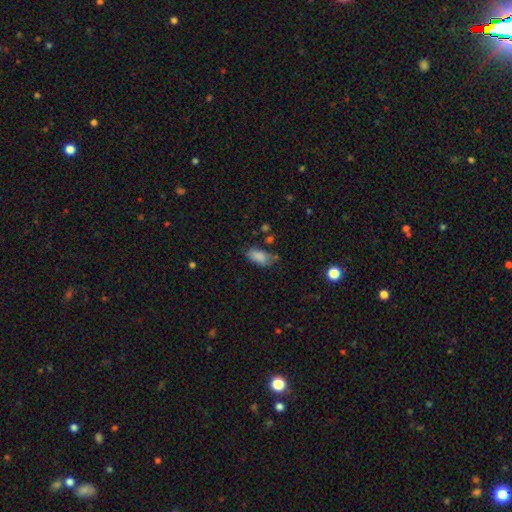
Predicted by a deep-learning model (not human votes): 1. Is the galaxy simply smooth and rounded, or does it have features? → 79% smooth, 13% star or artifact, 8% featured or disk.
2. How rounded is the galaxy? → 88% in between, 7% cigar-shaped, 5% round.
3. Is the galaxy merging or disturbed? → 68% none, 21% minor disturbance, 7% major disturbance, 5% merger.